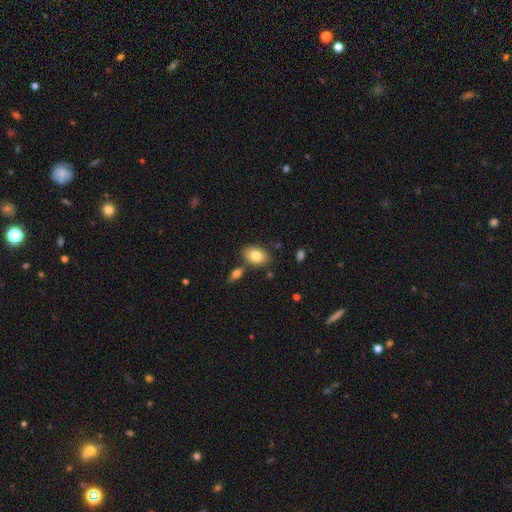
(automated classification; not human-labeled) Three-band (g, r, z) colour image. It shows a smooth galaxy with no disk features (81%) that is in between round and cigar-shaped (82%). Merging: none (75%).